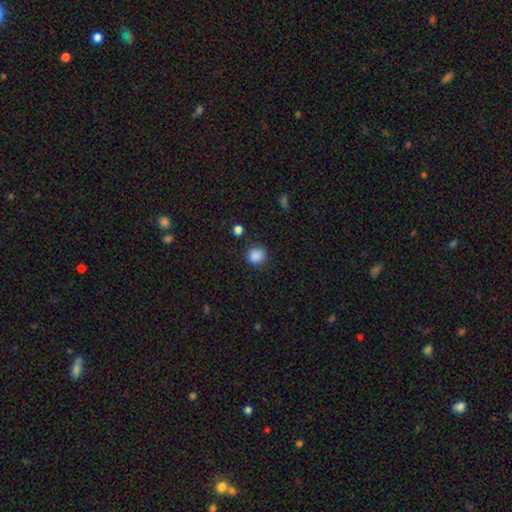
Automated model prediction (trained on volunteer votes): Q: Smooth or featured?
A: smooth (86%); runner-up: star or artifact (10%)
Q: How rounded?
A: round (83%); runner-up: in between (16%)
Q: Merging?
A: none (81%); runner-up: minor disturbance (13%)